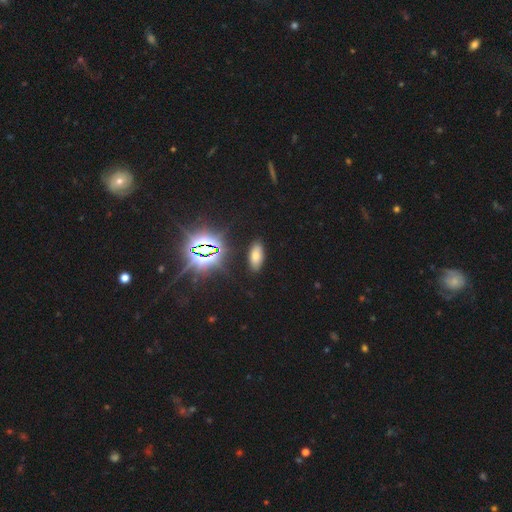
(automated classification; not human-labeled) Smooth or featured? smooth (59%)
How rounded? in between (84%)
Merging? none (88%)